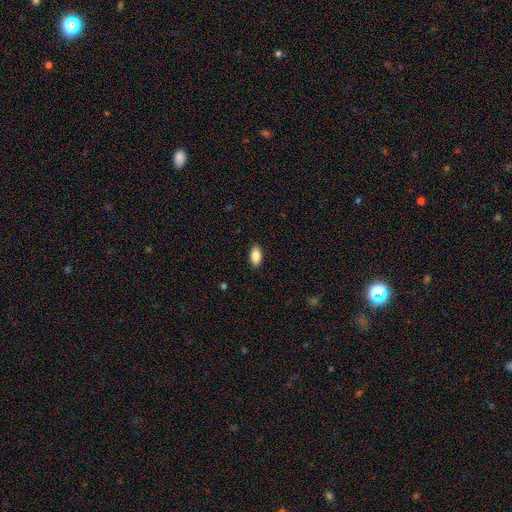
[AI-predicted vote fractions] This is clearly a smooth galaxy (85%). How rounded: clearly in between (92%). Merging: clearly none (89%).